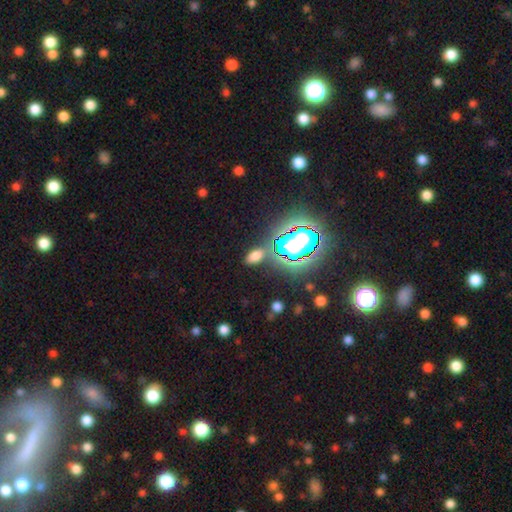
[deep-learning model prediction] Morphology: type=smooth (63%); roundness=in between (85%); merging=none (77%).